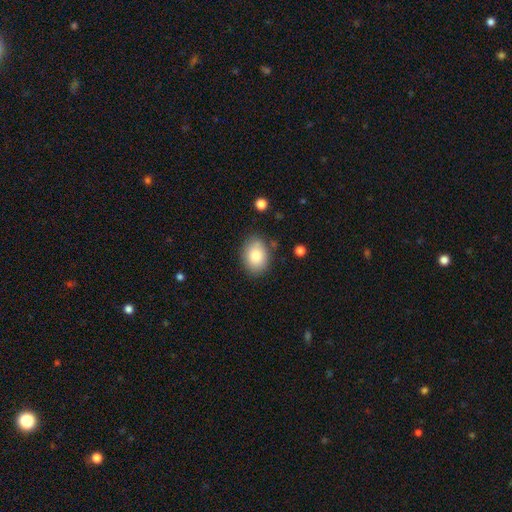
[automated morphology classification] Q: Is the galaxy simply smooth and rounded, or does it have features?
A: smooth — 82%.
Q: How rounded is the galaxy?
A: in between — 68%.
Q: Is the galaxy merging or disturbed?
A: none — 81%.